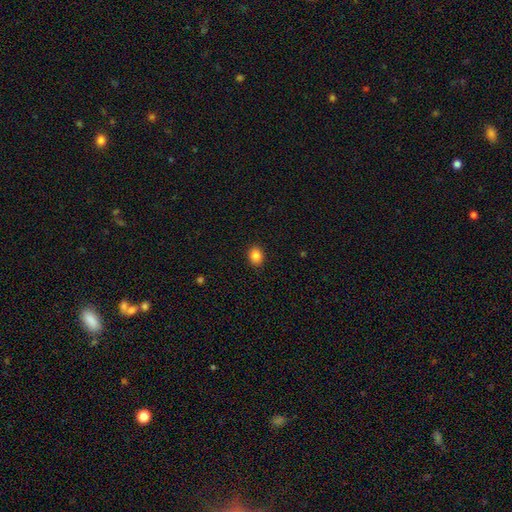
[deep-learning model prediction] Smooth or featured? Predicted: smooth (p=0.86). How rounded? Predicted: in between (p=0.53). Merging? Predicted: none (p=0.90).